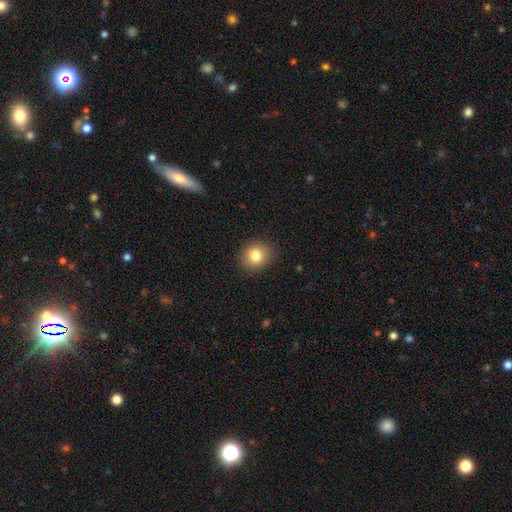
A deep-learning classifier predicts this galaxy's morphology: smooth-or-featured: smooth: 82% | star or artifact: 10% | featured or disk: 8%
  how-rounded: round: 72% | in between: 28% | cigar-shaped: 1%
  merging: none: 88% | minor disturbance: 8% | major disturbance: 2% | merger: 1%